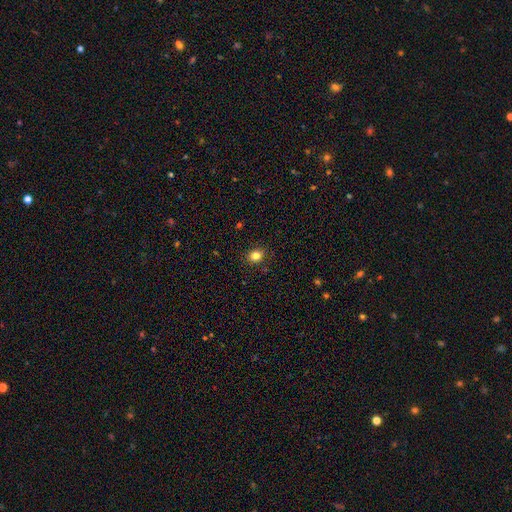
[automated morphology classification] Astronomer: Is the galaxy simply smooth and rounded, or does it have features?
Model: smooth — 83%.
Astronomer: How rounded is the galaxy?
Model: round — 60% (runner-up: in between, 39%).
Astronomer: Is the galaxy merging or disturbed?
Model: none — 89%.